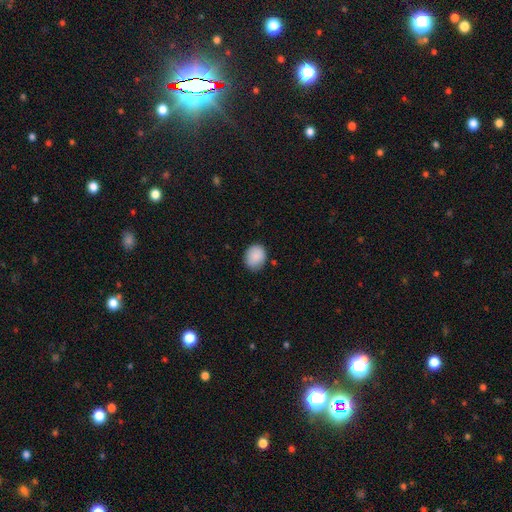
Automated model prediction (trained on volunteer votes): smooth-or-featured: smooth: 89% | star or artifact: 8% | featured or disk: 4%
  how-rounded: round: 56% | in between: 43% | cigar-shaped: 1%
  merging: none: 78% | minor disturbance: 17% | major disturbance: 3% | merger: 2%